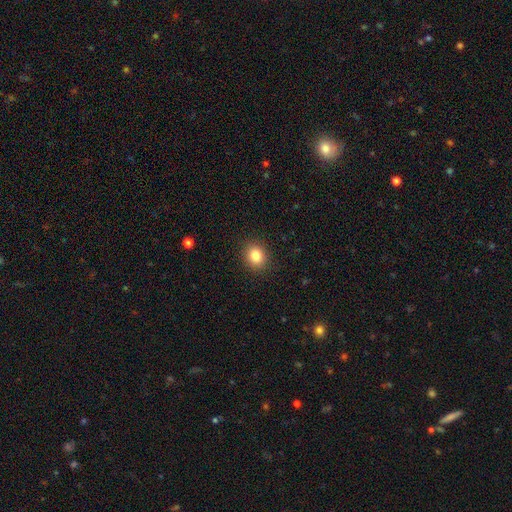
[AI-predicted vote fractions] Overall: smooth (85%). How rounded: round (62%; in between 37%). Merging: none (90%).